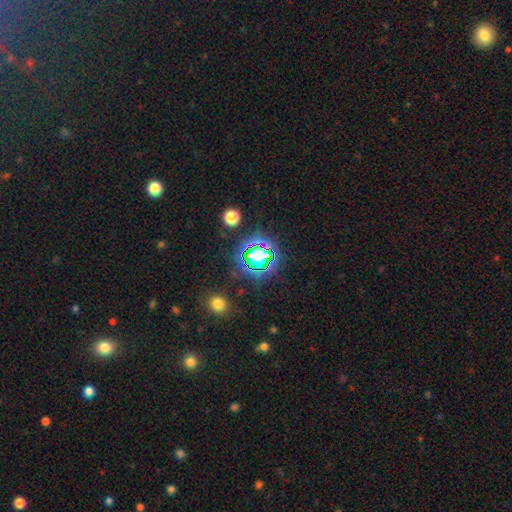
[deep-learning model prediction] Morphology: type=star or artifact (59%).